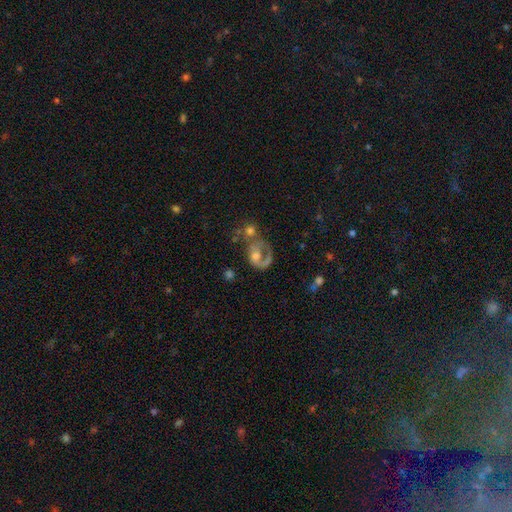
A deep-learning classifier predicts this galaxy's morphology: Smooth or featured?
  - featured or disk: 59% *
  - smooth: 30%
  - star or artifact: 11%
Edge-on disk?
  - no: 97% *
  - yes: 3%
Bar?
  - no: 76% *
  - weak: 19%
  - strong: 5%
Spiral arms?
  - yes: 56% *
  - no: 44%
Bulge size?
  - moderate: 52% *
  - small: 20%
  - large: 14%
  - none: 12%
  - dominant: 3%
Merging?
  - merger: 34% *
  - major disturbance: 29%
  - none: 25%
  - minor disturbance: 13%